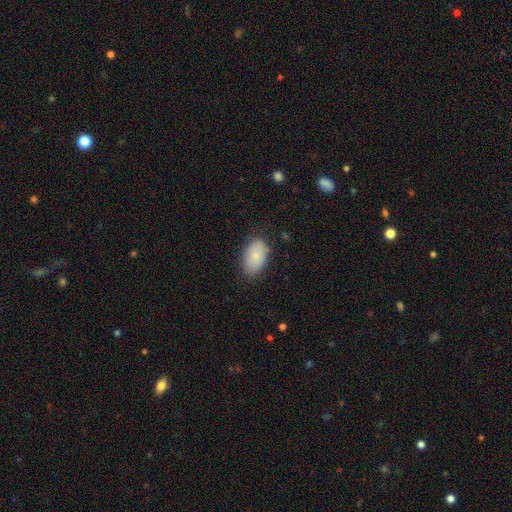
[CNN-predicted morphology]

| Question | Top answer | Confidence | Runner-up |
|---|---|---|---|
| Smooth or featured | smooth | 83% | featured or disk (11%) |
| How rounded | in between | 93% | round (5%) |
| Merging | none | 79% | minor disturbance (17%) |